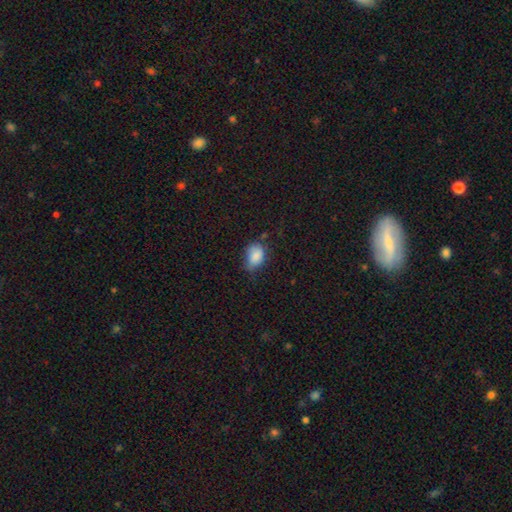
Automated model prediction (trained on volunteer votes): This is clearly a smooth galaxy (84%). How rounded: likely in between (77%). Merging: marginally none (44%).